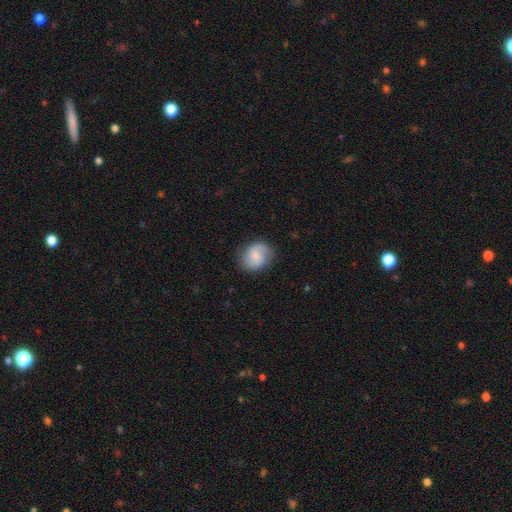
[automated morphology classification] smooth_or_featured: smooth (p=0.50) [alt: featured or disk p=0.43]
merging: none (p=0.80) [alt: minor disturbance p=0.15]